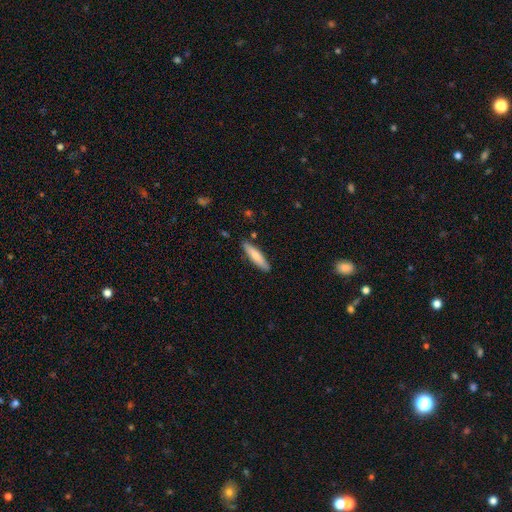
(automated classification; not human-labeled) This appears to be a smooth galaxy with no disk features (69%) that is cigar-shaped (77%). Merging: none (87%).